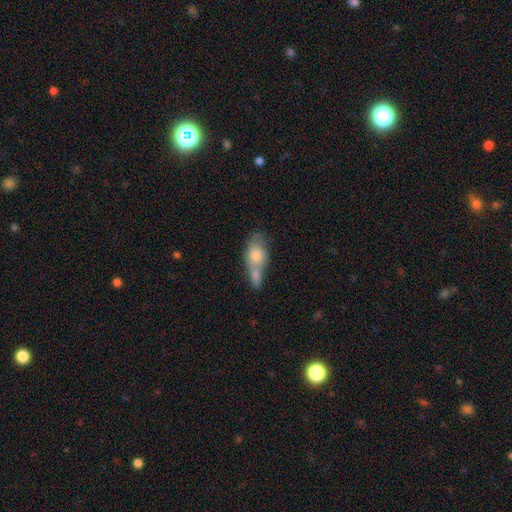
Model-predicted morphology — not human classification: smooth 69%, featured or disk 23%, star or artifact 8%. Down the decision tree: how rounded — in between (74%); merging — merger (54%).